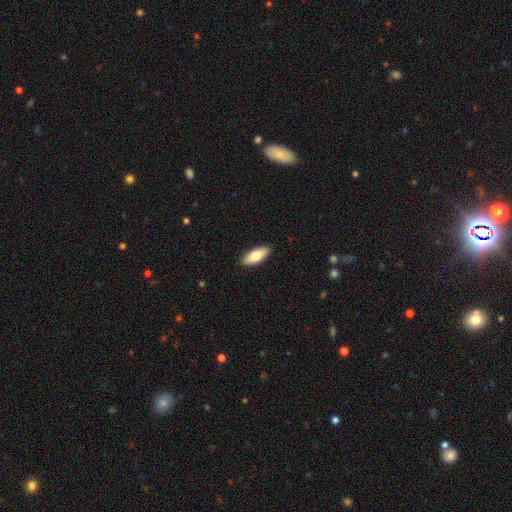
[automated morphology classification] Smooth or featured: smooth — 73% (featured or disk — 22%)
How rounded: in between — 78% (cigar-shaped — 19%)
Merging: none — 90% (minor disturbance — 8%)